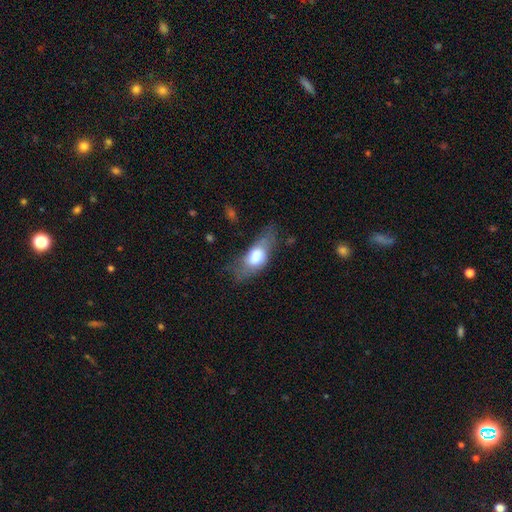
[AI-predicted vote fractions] smooth_or_featured: smooth (p=0.64) [alt: featured or disk p=0.29]
how_rounded: in between (p=0.79) [alt: cigar-shaped p=0.15]
merging: none (p=0.51) [alt: minor disturbance p=0.30]